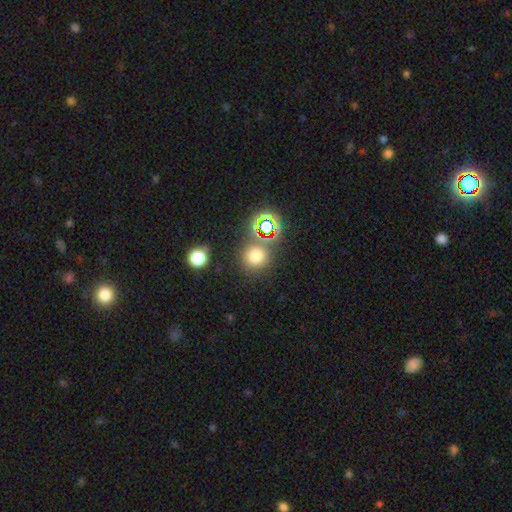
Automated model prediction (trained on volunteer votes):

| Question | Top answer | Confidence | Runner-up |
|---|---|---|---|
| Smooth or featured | smooth | 68% | star or artifact (25%) |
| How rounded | round | 90% | in between (9%) |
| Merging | none | 75% | merger (12%) |